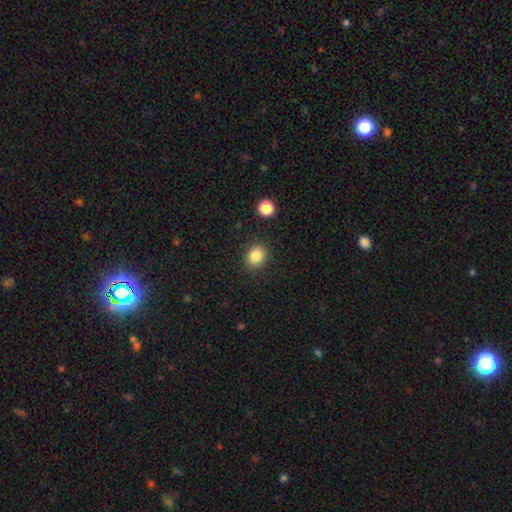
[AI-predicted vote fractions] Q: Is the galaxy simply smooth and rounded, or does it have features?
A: smooth — 84%.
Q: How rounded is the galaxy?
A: round — 66%.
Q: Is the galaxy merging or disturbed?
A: none — 88%.